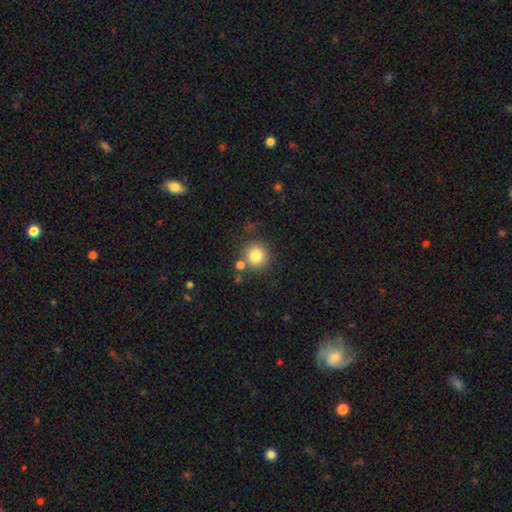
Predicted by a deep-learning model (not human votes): Smooth or featured: smooth — 81% (star or artifact — 11%)
How rounded: round — 93% (in between — 6%)
Merging: none — 77% (merger — 10%)